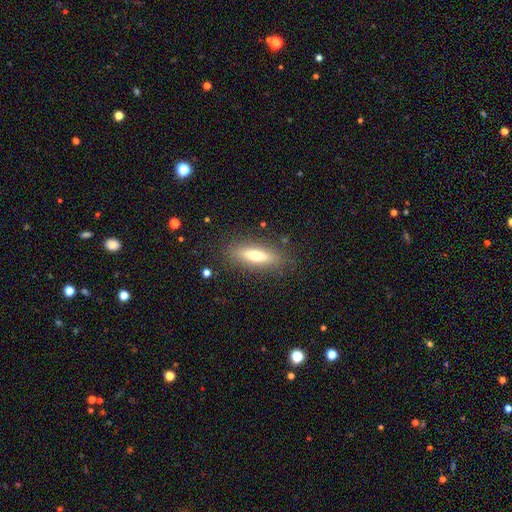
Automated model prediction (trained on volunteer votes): Q: Smooth or featured?
A: smooth (59%); runner-up: featured or disk (33%)
Q: How rounded?
A: cigar-shaped (58%); runner-up: in between (40%)
Q: Merging?
A: none (85%); runner-up: minor disturbance (10%)